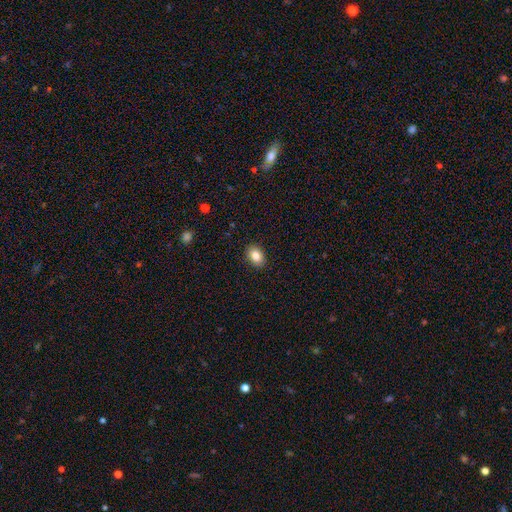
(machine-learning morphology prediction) Smooth or featured? Predicted: smooth (p=0.85). How rounded? Predicted: in between (p=0.74). Merging? Predicted: none (p=0.90).